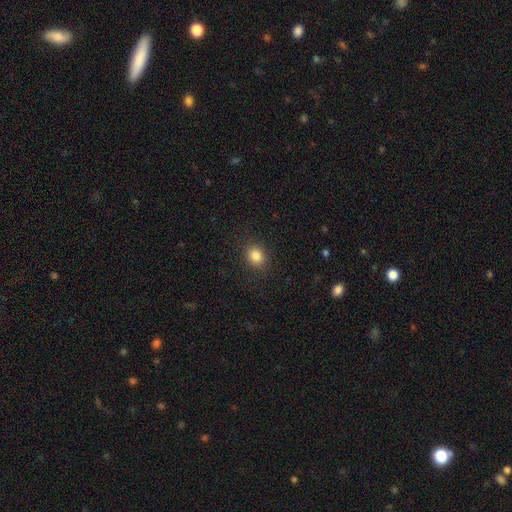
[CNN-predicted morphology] This is clearly a smooth galaxy (85%). How rounded: likely round (68%). Merging: clearly none (89%).